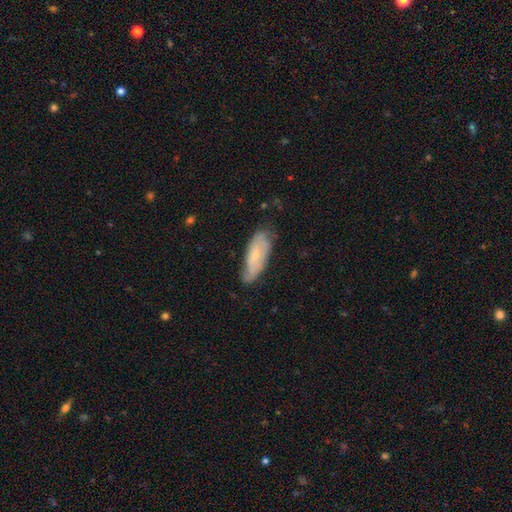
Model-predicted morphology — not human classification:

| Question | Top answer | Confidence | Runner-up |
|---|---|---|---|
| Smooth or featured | featured or disk | 50% | smooth (43%) |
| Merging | none | 65% | minor disturbance (27%) |